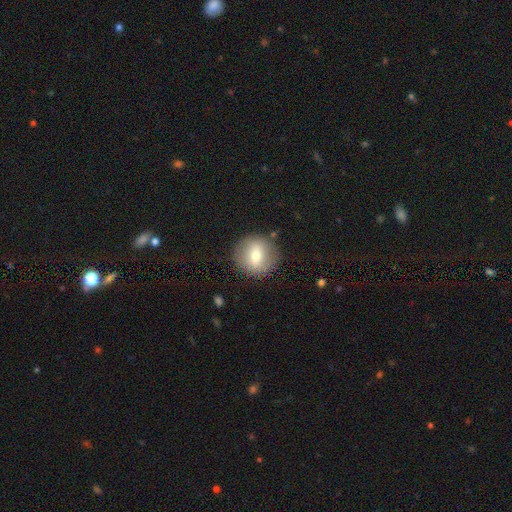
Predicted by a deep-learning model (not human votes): Q: Smooth or featured?
A: smooth (63%); runner-up: featured or disk (28%)
Q: How rounded?
A: round (92%); runner-up: in between (7%)
Q: Merging?
A: none (87%); runner-up: minor disturbance (8%)